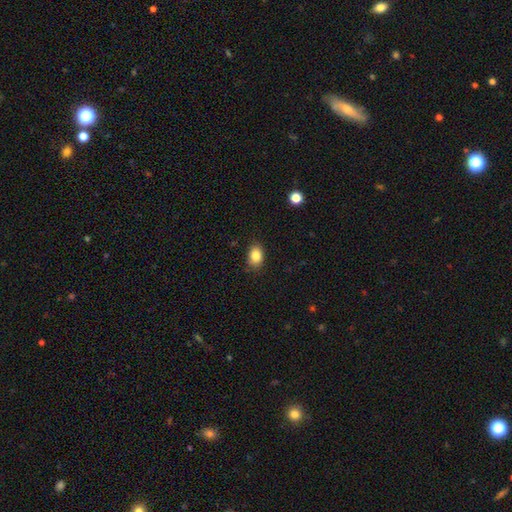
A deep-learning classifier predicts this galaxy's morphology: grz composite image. It shows a smooth galaxy with no disk features (85%) that is in between round and cigar-shaped (75%). Merging: none (84%).